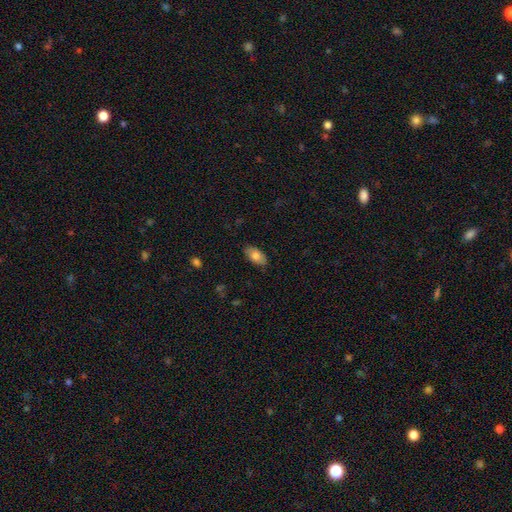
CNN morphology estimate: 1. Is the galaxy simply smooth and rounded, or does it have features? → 77% smooth, 16% featured or disk, 7% star or artifact.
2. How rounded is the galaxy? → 93% in between, 3% cigar-shaped, 3% round.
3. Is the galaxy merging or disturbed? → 86% none, 11% minor disturbance, 2% major disturbance, 1% merger.